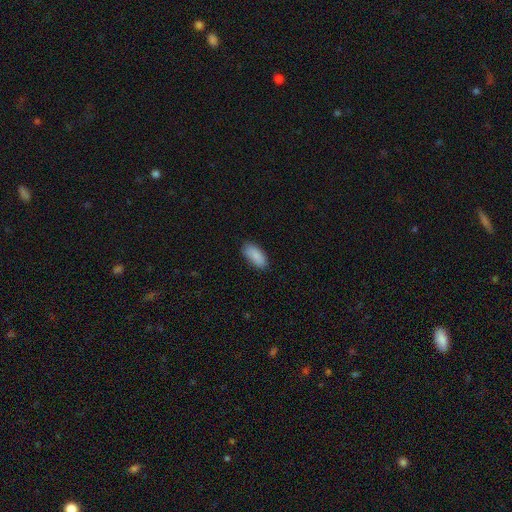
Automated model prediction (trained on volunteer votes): This is clearly a smooth galaxy (89%). How rounded: clearly in between (87%). Merging: clearly none (82%).